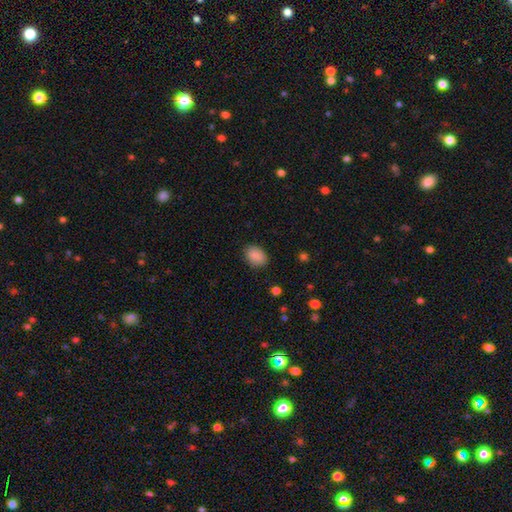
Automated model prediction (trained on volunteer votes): Smooth or featured?
  - smooth: 89% *
  - star or artifact: 8%
  - featured or disk: 3%
How rounded?
  - in between: 82% *
  - round: 17%
  - cigar-shaped: 1%
Merging?
  - none: 86% *
  - minor disturbance: 11%
  - major disturbance: 3%
  - merger: 1%